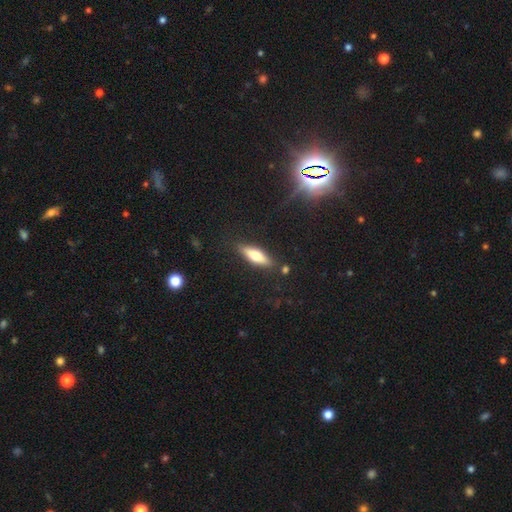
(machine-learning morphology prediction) Overall: smooth (62%; featured or disk 32%). How rounded: cigar-shaped (54%; in between 44%). Merging: none (85%).